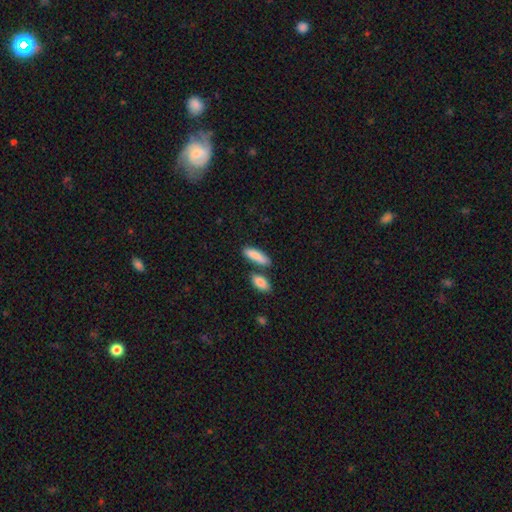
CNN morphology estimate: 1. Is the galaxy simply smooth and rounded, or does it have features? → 86% smooth, 8% featured or disk, 6% star or artifact.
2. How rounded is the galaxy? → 52% in between, 46% cigar-shaped, 3% round.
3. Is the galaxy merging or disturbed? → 66% none, 18% merger, 13% minor disturbance, 3% major disturbance.